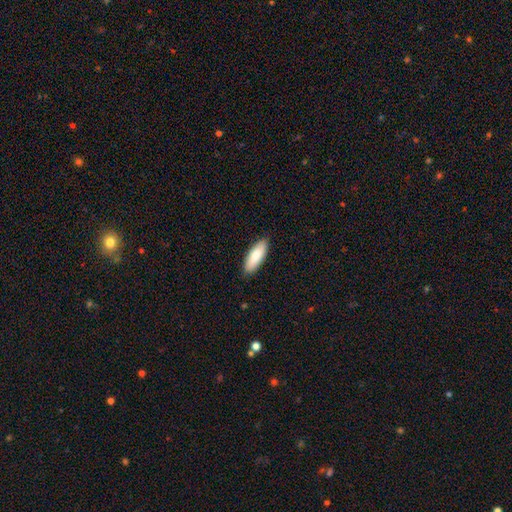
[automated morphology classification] This appears to be a smooth galaxy with no disk features (84%) that is in between round and cigar-shaped (68%). Merging: none (88%).